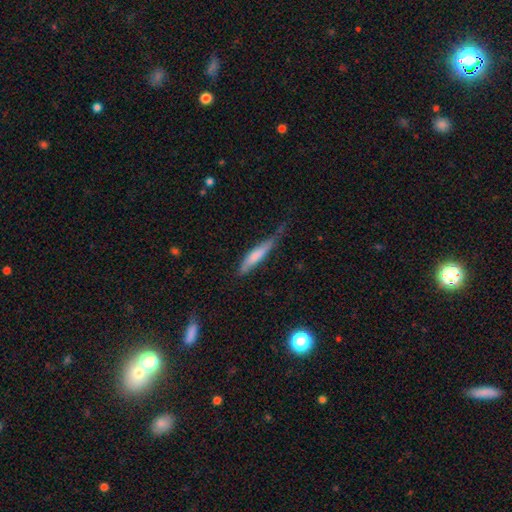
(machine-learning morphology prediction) smooth_or_featured: smooth (p=0.70) [alt: featured or disk p=0.24]
how_rounded: cigar-shaped (p=0.87) [alt: in between p=0.12]
merging: none (p=0.43) [alt: minor disturbance p=0.39]